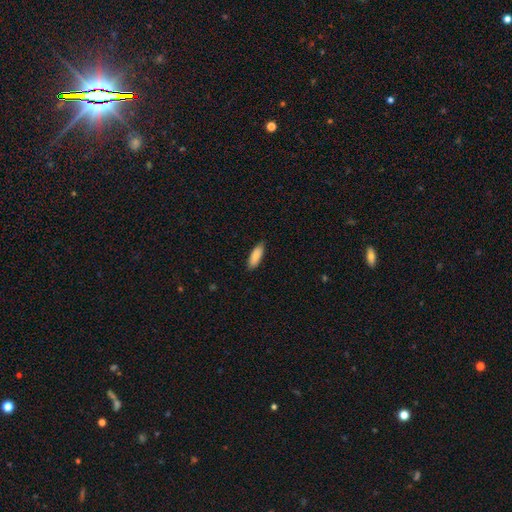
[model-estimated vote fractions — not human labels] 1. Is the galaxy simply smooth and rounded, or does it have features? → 87% smooth, 7% featured or disk, 6% star or artifact.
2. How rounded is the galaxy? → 65% in between, 34% cigar-shaped, 2% round.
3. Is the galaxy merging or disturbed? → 84% none, 13% minor disturbance, 2% major disturbance, 1% merger.